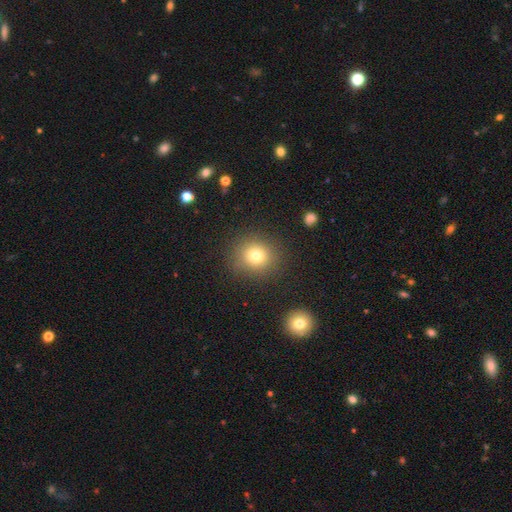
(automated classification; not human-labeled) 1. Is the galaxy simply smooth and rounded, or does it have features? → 76% smooth, 14% star or artifact, 10% featured or disk.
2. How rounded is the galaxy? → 82% round, 17% in between, 1% cigar-shaped.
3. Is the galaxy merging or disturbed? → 86% none, 8% minor disturbance, 4% major disturbance, 2% merger.